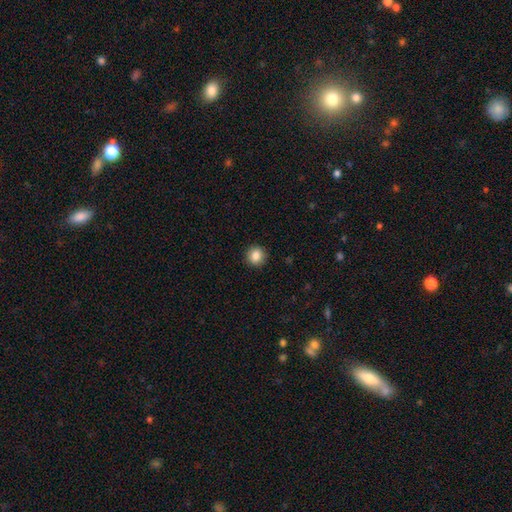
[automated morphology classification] Smooth or featured?
  - smooth: 86% *
  - star or artifact: 9%
  - featured or disk: 5%
How rounded?
  - round: 91% *
  - in between: 8%
  - cigar-shaped: 1%
Merging?
  - none: 92% *
  - minor disturbance: 5%
  - major disturbance: 2%
  - merger: 1%